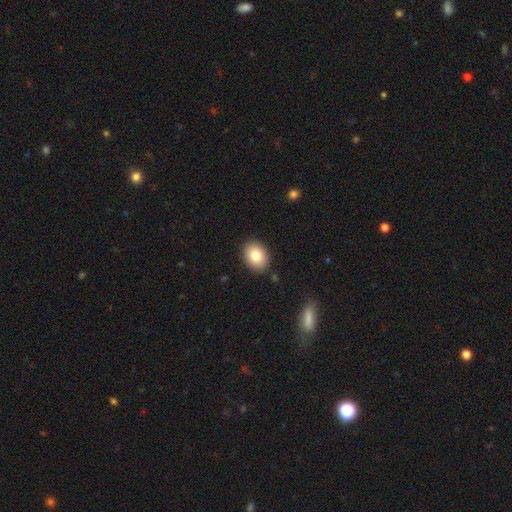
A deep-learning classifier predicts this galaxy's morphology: Overall: smooth (82%). How rounded: in between (63%; round 36%). Merging: none (88%).